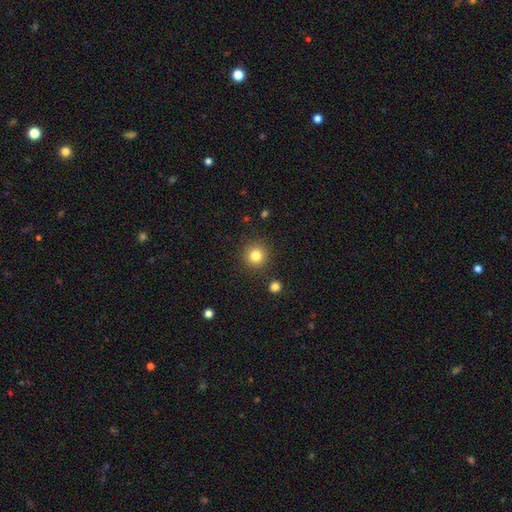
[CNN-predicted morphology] Smooth or featured? smooth (82%)
How rounded? round (94%)
Merging? none (89%)